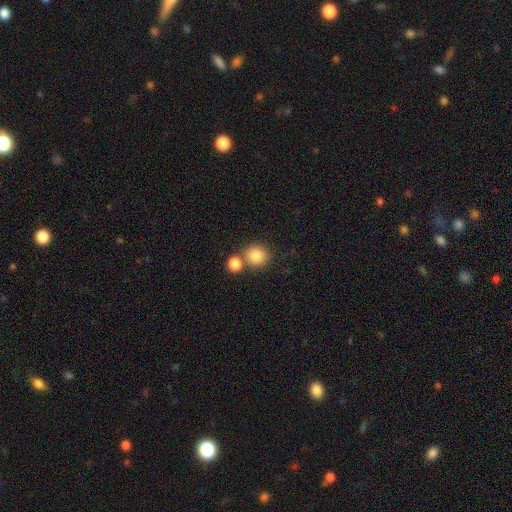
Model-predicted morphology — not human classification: A smooth galaxy with no disk features (84%) that is round (87%).

Vote fractions:
- Smooth or featured? smooth: 84% / star or artifact: 10% / featured or disk: 6%
- How rounded? round: 87% / in between: 12% / cigar-shaped: 1%
- Merging? none: 65% / merger: 23% / minor disturbance: 9% / major disturbance: 3%